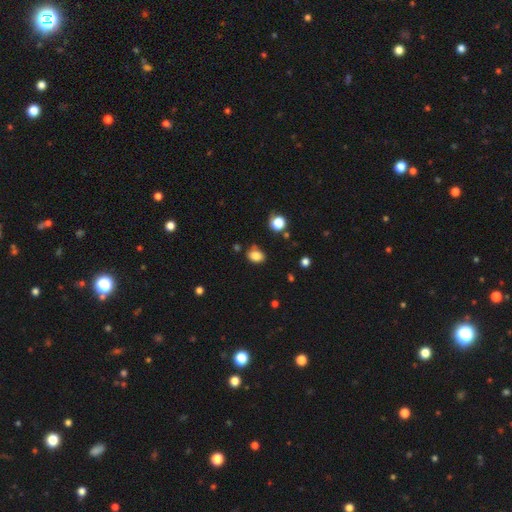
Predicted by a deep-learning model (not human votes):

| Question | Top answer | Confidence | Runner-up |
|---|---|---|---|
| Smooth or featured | smooth | 83% | star or artifact (12%) |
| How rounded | in between | 64% | round (35%) |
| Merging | none | 72% | minor disturbance (19%) |